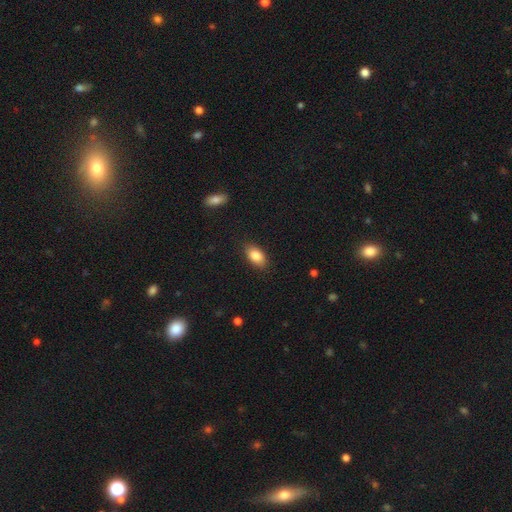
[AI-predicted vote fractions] Smooth or featured? smooth (86%)
How rounded? in between (91%)
Merging? none (86%)